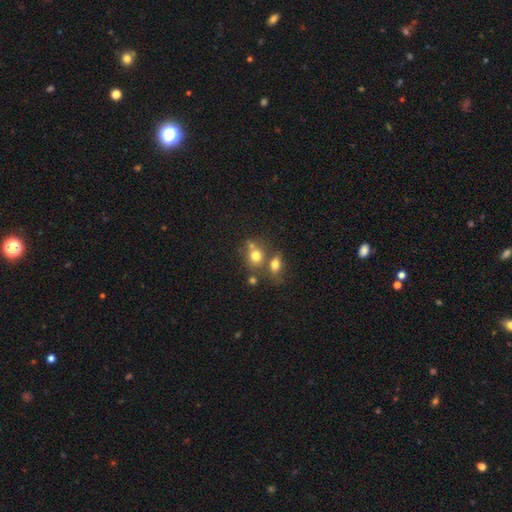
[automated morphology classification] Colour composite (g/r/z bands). It shows a smooth galaxy with no disk features (74%) that is round (68%). Merging: none (45%).